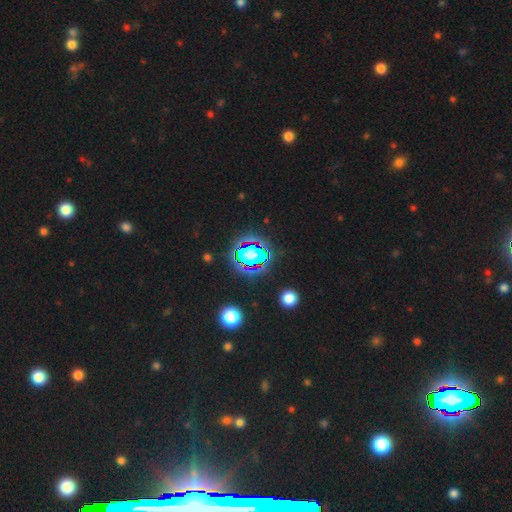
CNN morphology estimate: Q: Smooth or featured?
A: star or artifact (75%); runner-up: smooth (16%)